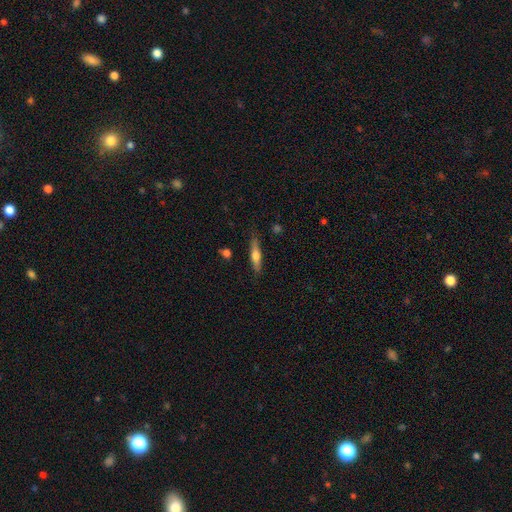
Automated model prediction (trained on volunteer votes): This is possibly a smooth galaxy (51%). How rounded: likely cigar-shaped (79%). Merging: clearly none (82%).